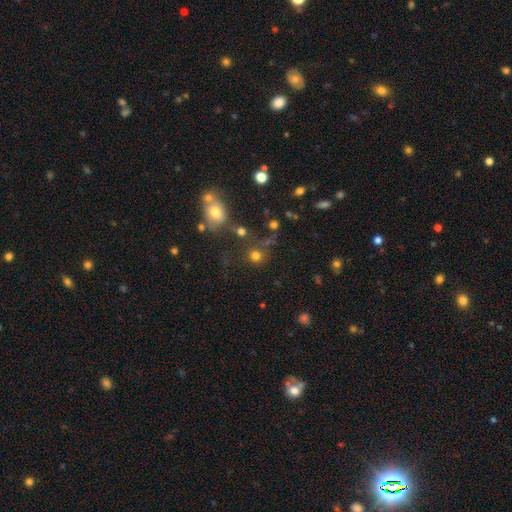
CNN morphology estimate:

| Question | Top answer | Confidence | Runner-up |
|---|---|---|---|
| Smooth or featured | smooth | 76% | star or artifact (17%) |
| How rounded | round | 89% | in between (10%) |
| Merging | none | 70% | merger (14%) |